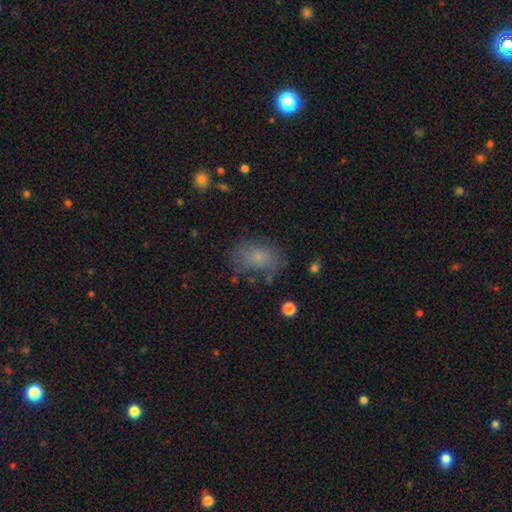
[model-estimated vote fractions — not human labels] A smooth galaxy with no disk features (68%) that is in between round and cigar-shaped (79%). Merging: none (66%).